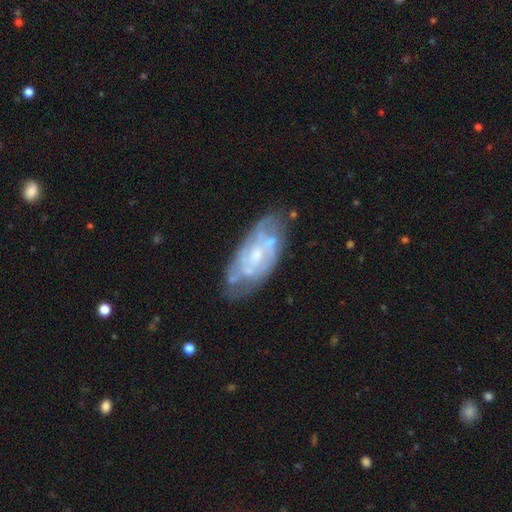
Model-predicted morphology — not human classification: The model was most divided on "bulge size": small: 45%, moderate: 40%, none: 10%, large: 3%, dominant: 1%. More confident: edge-on disk — no (92%); smooth or featured — featured or disk (72%); bar — no (67%); merging — none (61%); spiral arms — yes (60%).